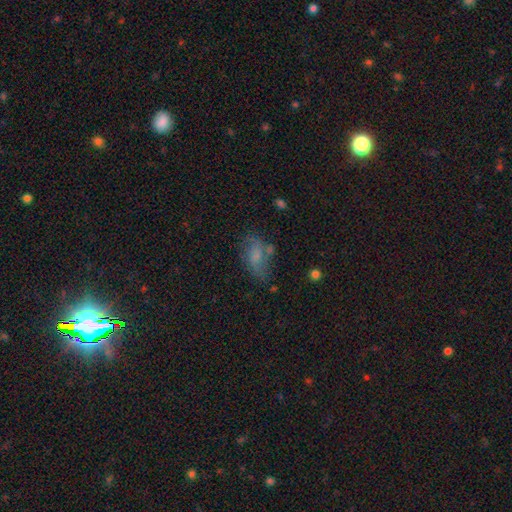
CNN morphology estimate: This appears to be a smooth galaxy with no disk features (57%) that is in between round and cigar-shaped (87%). Merging: none (55%).